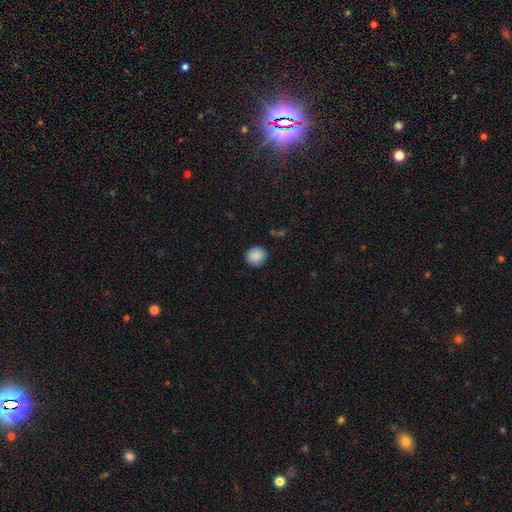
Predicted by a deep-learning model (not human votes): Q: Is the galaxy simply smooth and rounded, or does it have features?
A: smooth — 88%.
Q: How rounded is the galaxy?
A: round — 90%.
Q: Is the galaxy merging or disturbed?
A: none — 89%.